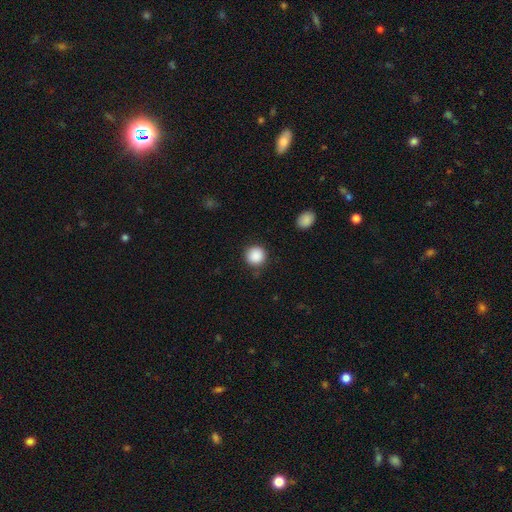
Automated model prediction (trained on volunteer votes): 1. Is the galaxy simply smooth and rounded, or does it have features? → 89% smooth, 8% star or artifact, 3% featured or disk.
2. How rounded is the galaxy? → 95% round, 4% in between, 1% cigar-shaped.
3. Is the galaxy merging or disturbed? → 89% none, 7% minor disturbance, 3% major disturbance, 1% merger.